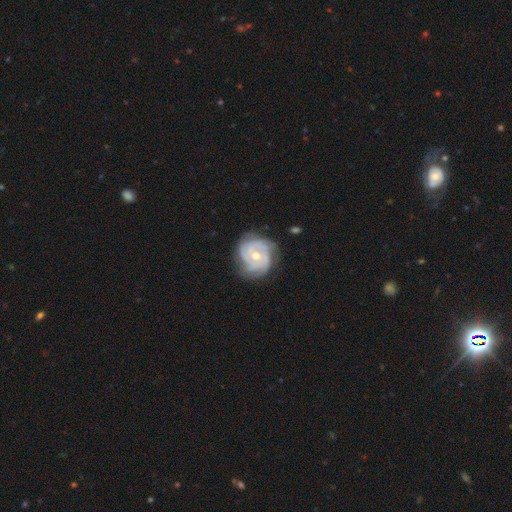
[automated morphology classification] Smooth or featured? featured or disk (85%)
Edge-on disk? no (98%)
Bar? no (75%)
Spiral arms? yes (95%)
Spiral winding? tight (68%)
Spiral arm count? 3 (40%)
Bulge size? moderate (61%)
Merging? none (72%)